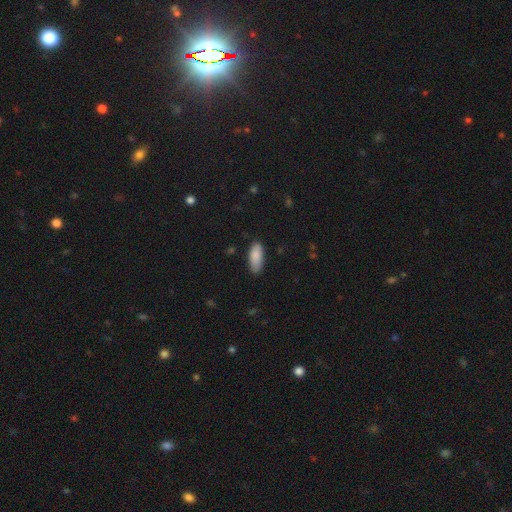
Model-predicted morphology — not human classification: Smooth or featured: smooth — 88% (featured or disk — 6%)
How rounded: in between — 82% (cigar-shaped — 16%)
Merging: none — 82% (minor disturbance — 14%)